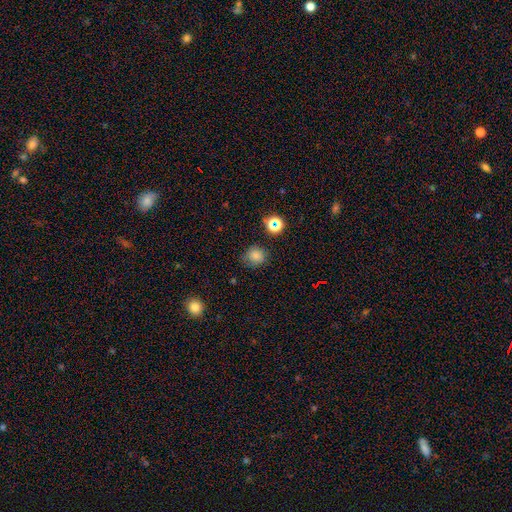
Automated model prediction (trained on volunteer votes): A smooth galaxy with no disk features (78%) that is round (82%).

Vote fractions:
- Smooth or featured? smooth: 78% / star or artifact: 16% / featured or disk: 6%
- How rounded? round: 82% / in between: 17% / cigar-shaped: 1%
- Merging? none: 76% / minor disturbance: 16% / major disturbance: 5% / merger: 2%